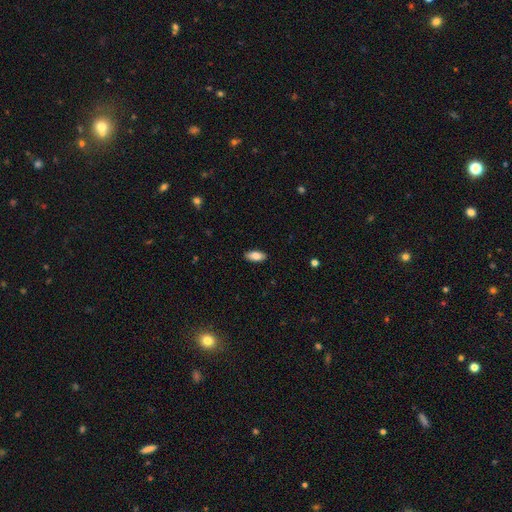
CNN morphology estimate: smooth 83%, featured or disk 11%, star or artifact 7%. Down the decision tree: how rounded — in between (88%); merging — none (90%).